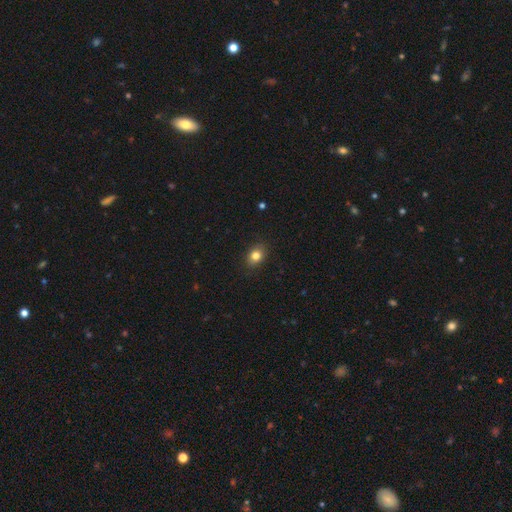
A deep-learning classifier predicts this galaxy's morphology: This appears to be a smooth galaxy with no disk features (81%) that is in between round and cigar-shaped (57%). Merging: none (87%).